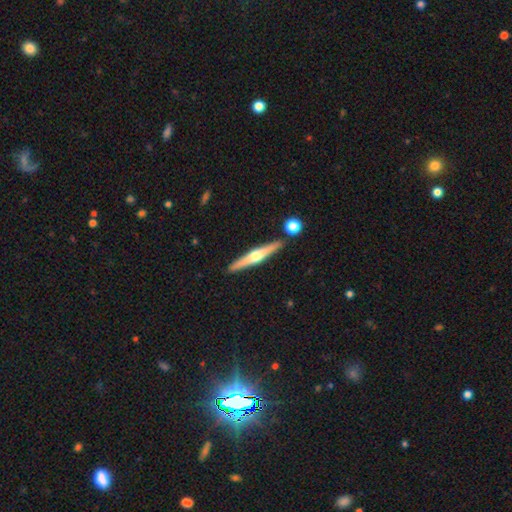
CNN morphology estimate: This appears to be a featured or disk galaxy (67%) viewed edge-on (97%) with a rounded central bulge (92%). Merging: none (89%).